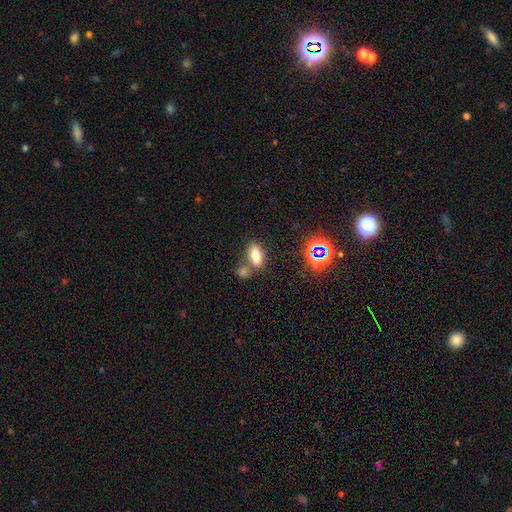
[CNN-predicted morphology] A smooth galaxy with no disk features (72%) that is in between round and cigar-shaped (85%). Merging: none (61%).